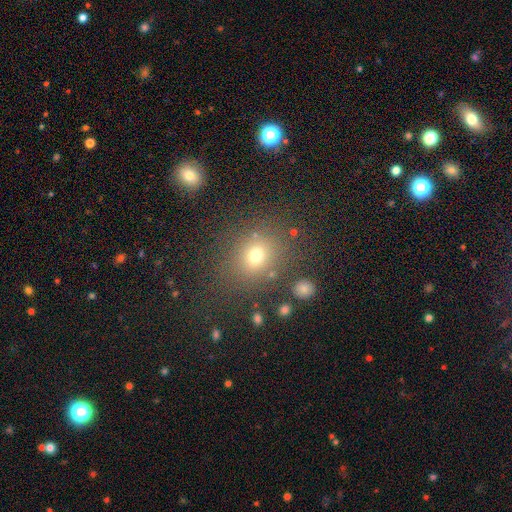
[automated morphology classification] smooth-or-featured: smooth: 71% | star or artifact: 19% | featured or disk: 10%
  how-rounded: round: 66% | in between: 33% | cigar-shaped: 1%
  merging: none: 79% | minor disturbance: 11% | major disturbance: 6% | merger: 4%